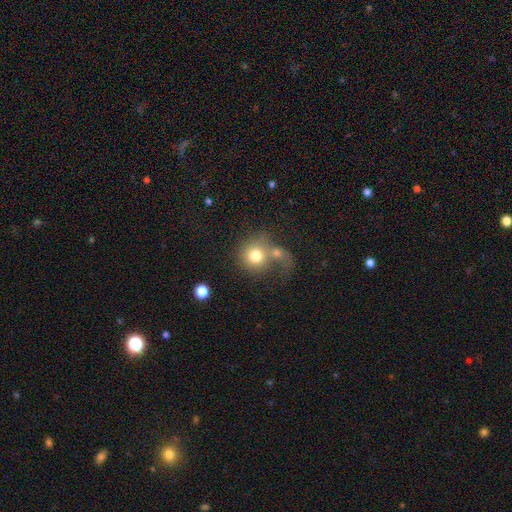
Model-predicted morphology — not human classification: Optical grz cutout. It shows a smooth galaxy with no disk features (73%) that is round (84%). Merging: merger (49%).